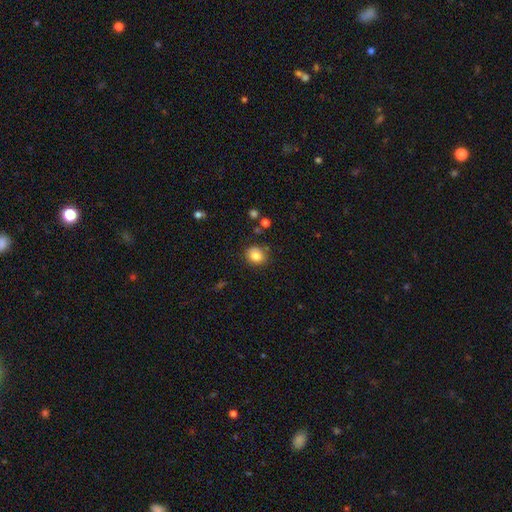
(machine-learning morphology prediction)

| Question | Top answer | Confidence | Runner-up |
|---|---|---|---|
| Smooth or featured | smooth | 83% | star or artifact (10%) |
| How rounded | round | 76% | in between (24%) |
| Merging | none | 84% | minor disturbance (11%) |